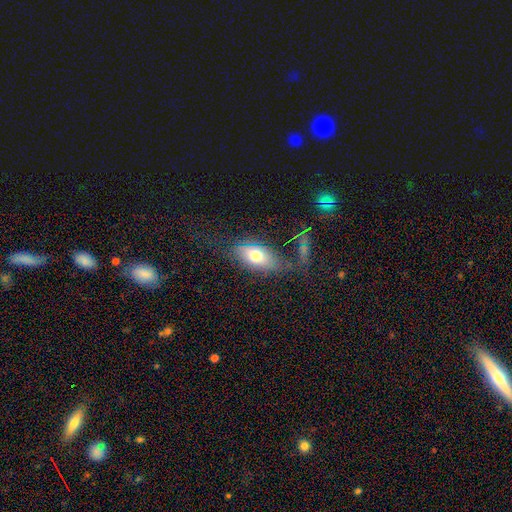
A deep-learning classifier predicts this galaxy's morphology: smooth 69%, featured or disk 21%, star or artifact 10%. Down the decision tree: how rounded — in between (86%); merging — none (57%).